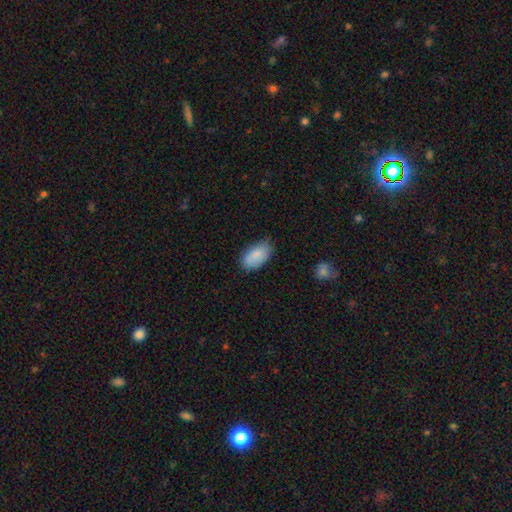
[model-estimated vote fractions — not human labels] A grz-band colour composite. It shows a smooth galaxy with no disk features (85%) that is in between round and cigar-shaped (94%). Merging: none (71%).